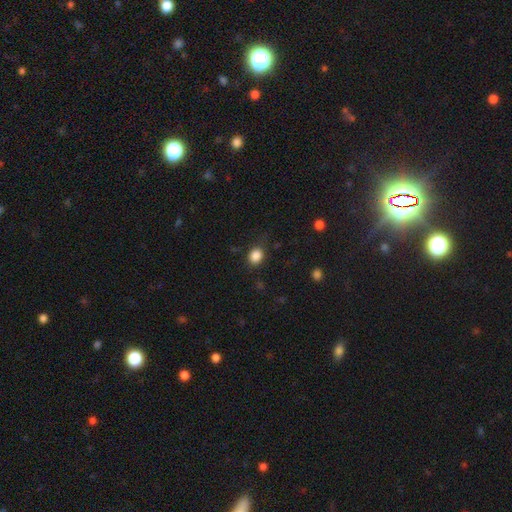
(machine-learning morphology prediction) Smooth or featured? smooth (86%)
How rounded? round (60%)
Merging? none (76%)